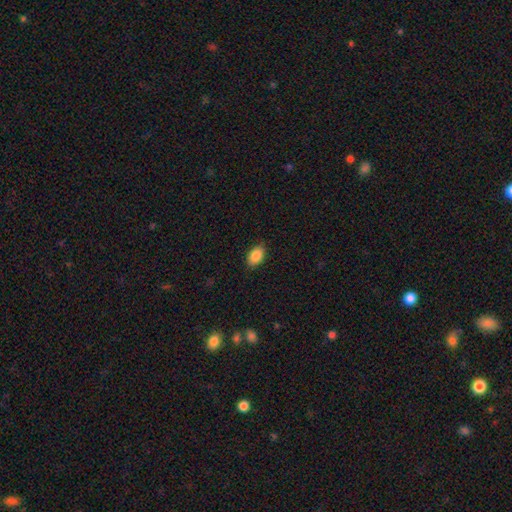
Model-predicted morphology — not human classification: Smooth or featured?
  - smooth: 88% *
  - star or artifact: 8%
  - featured or disk: 5%
How rounded?
  - in between: 89% *
  - round: 9%
  - cigar-shaped: 2%
Merging?
  - none: 85% *
  - minor disturbance: 11%
  - major disturbance: 2%
  - merger: 1%